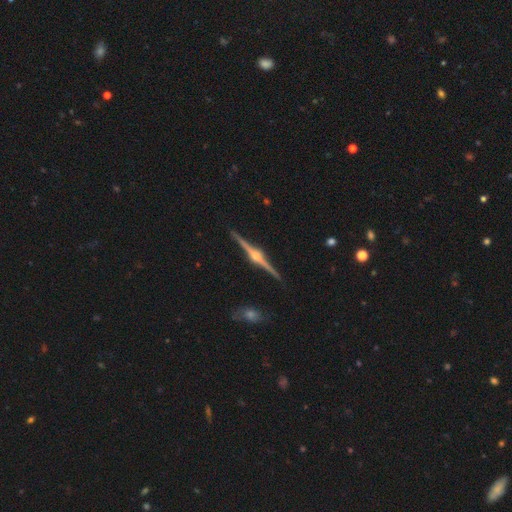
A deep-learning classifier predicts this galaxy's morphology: smooth-or-featured: featured or disk: 91% | smooth: 5% | star or artifact: 4%
  disk-edge-on: yes: 99% | no: 1%
    edge-on-bulge: rounded: 94% | boxy: 4% | none: 2%
  merging: none: 92% | minor disturbance: 6% | major disturbance: 1% | merger: 1%